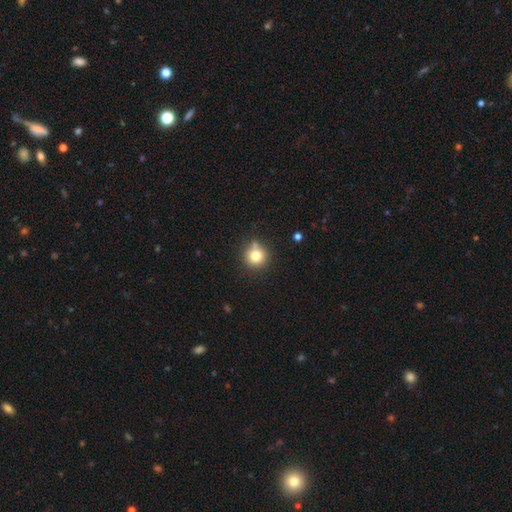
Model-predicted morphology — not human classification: A smooth galaxy with no disk features (78%) that is round (93%).

Vote fractions:
- Smooth or featured? smooth: 78% / star or artifact: 13% / featured or disk: 10%
- How rounded? round: 93% / in between: 6% / cigar-shaped: 1%
- Merging? none: 76% / minor disturbance: 12% / merger: 9% / major disturbance: 3%